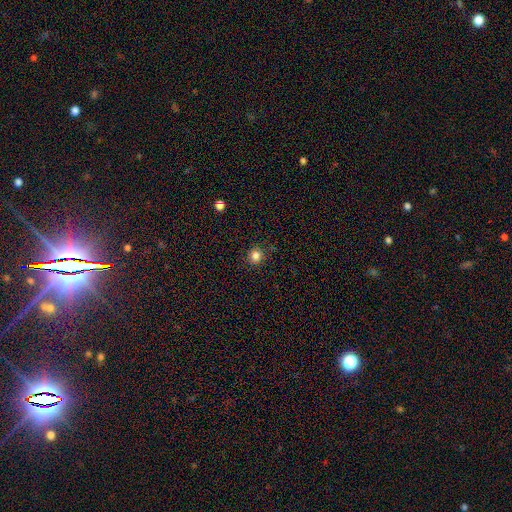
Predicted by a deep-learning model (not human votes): A smooth galaxy with no disk features (82%) that is round (92%).

Vote fractions:
- Smooth or featured? smooth: 82% / star or artifact: 13% / featured or disk: 5%
- How rounded? round: 92% / in between: 7% / cigar-shaped: 1%
- Merging? none: 89% / minor disturbance: 8% / major disturbance: 2% / merger: 1%